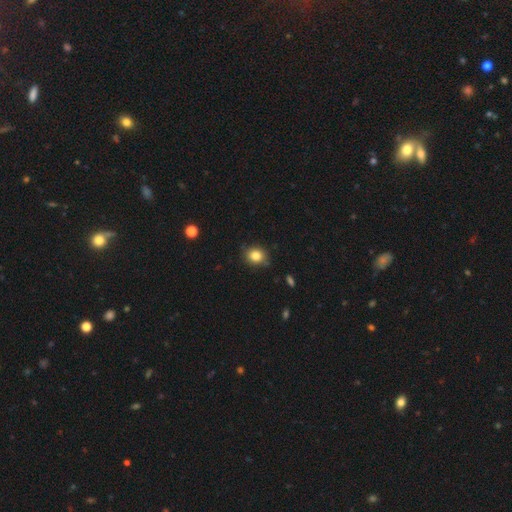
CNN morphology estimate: Q: Smooth or featured?
A: smooth (84%); runner-up: star or artifact (11%)
Q: How rounded?
A: round (71%); runner-up: in between (28%)
Q: Merging?
A: none (83%); runner-up: minor disturbance (13%)